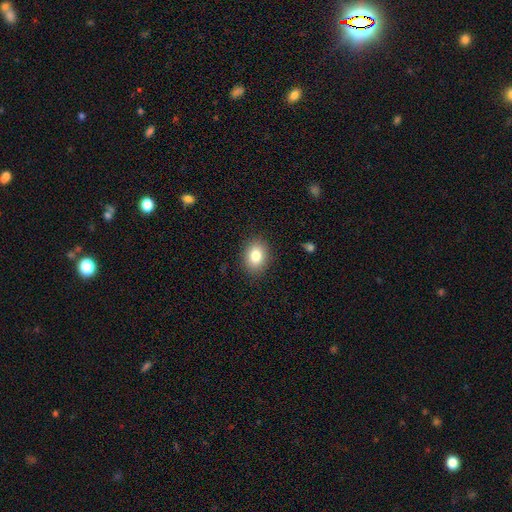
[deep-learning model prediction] This is clearly a smooth galaxy (82%). How rounded: likely in between (66%). Merging: clearly none (88%).